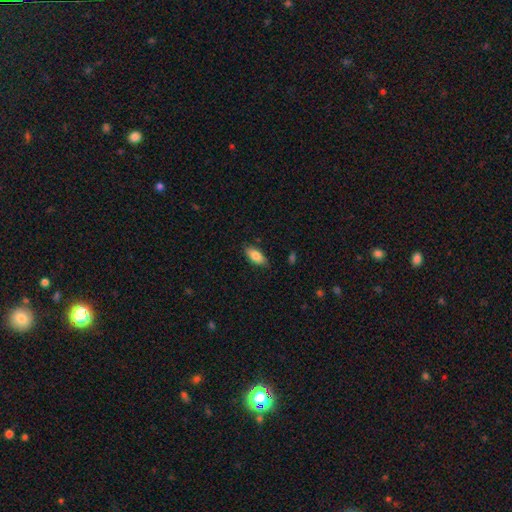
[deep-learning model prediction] Overall: smooth (84%). How rounded: in between (87%). Merging: none (82%).